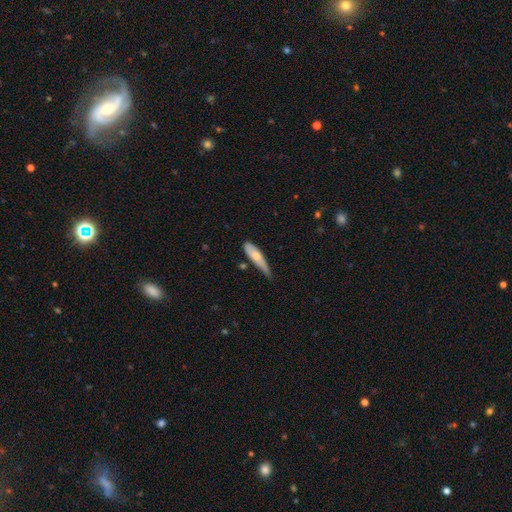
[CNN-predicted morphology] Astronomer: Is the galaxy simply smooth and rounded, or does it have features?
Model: smooth — 68%.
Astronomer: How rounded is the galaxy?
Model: cigar-shaped — 67%.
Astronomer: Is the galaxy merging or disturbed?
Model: minor disturbance — 46% (runner-up: none, 37%).